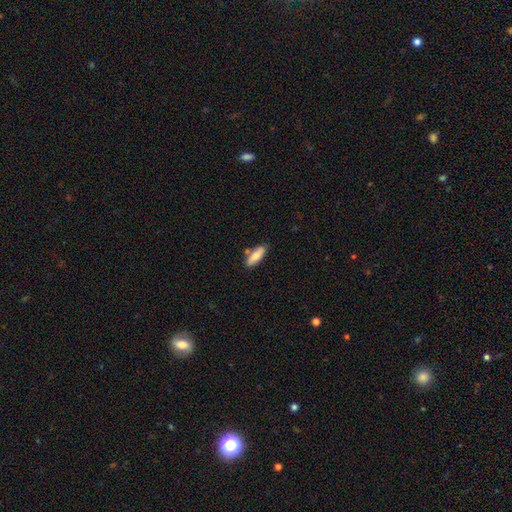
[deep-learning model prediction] smooth_or_featured: smooth (p=0.77) [alt: featured or disk p=0.17]
how_rounded: in between (p=0.61) [alt: cigar-shaped p=0.37]
merging: none (p=0.77) [alt: minor disturbance p=0.14]